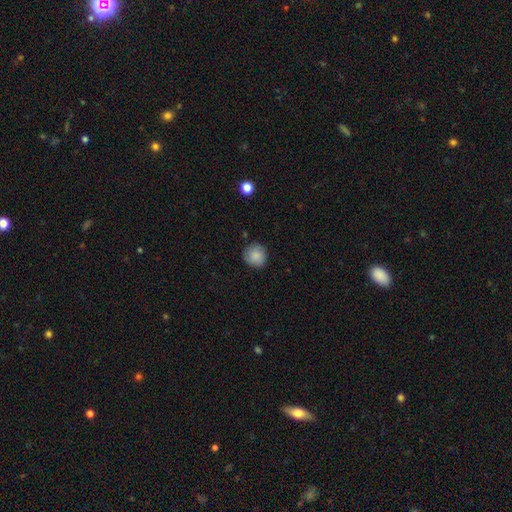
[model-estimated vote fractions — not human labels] Morphology: type=smooth (86%); roundness=round (92%); merging=none (87%).